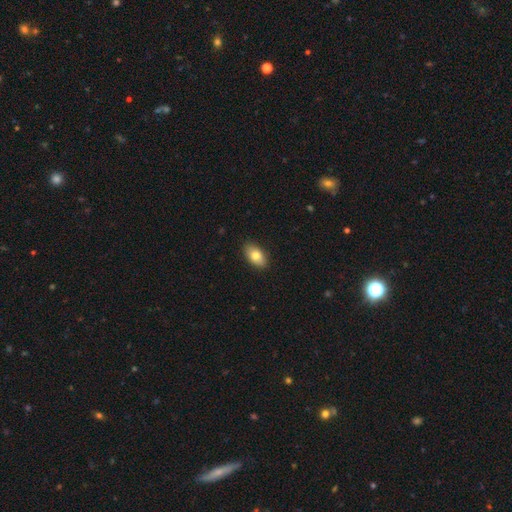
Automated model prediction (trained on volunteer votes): Smooth or featured? Predicted: smooth (p=0.79). How rounded? Predicted: in between (p=0.92). Merging? Predicted: none (p=0.88).